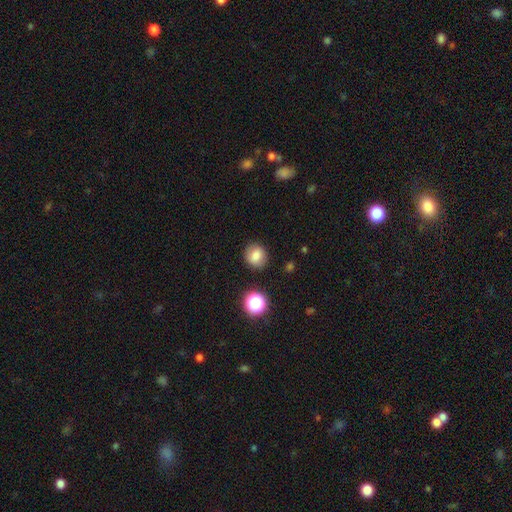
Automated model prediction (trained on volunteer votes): smooth-or-featured: smooth: 80% | star or artifact: 12% | featured or disk: 8%
  how-rounded: round: 78% | in between: 21% | cigar-shaped: 1%
  merging: none: 86% | minor disturbance: 10% | major disturbance: 3% | merger: 2%